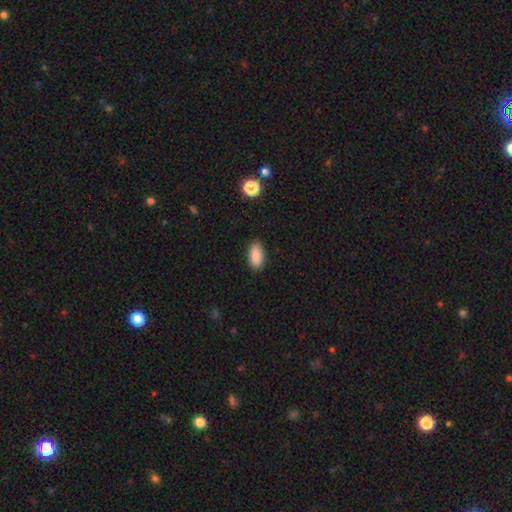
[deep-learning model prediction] smooth 89%, star or artifact 7%, featured or disk 4%. Down the decision tree: how rounded — in between (93%); merging — none (87%).